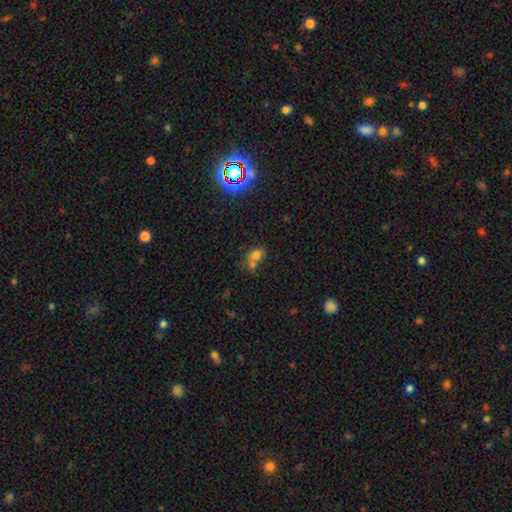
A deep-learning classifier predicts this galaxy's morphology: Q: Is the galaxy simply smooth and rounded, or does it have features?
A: smooth — 68%.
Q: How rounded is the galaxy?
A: in between — 68%.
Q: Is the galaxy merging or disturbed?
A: merger — 50%.